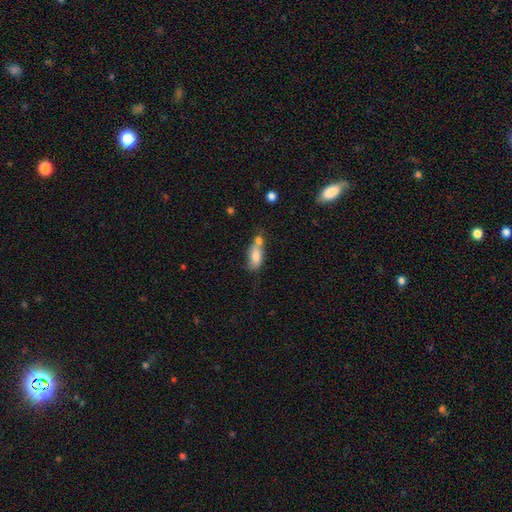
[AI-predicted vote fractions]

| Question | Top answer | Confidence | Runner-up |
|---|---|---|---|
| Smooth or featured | smooth | 77% | featured or disk (15%) |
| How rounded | in between | 78% | cigar-shaped (18%) |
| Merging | merger | 44% | none (31%) |